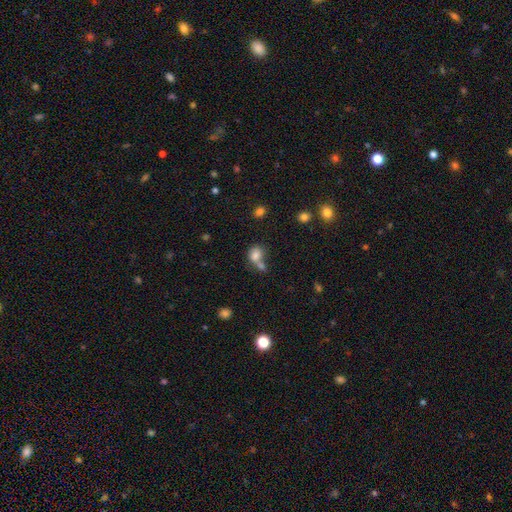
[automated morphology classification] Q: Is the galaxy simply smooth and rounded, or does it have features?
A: smooth — 77%.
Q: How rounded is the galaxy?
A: in between — 54%.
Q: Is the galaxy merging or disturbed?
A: merger — 54%.